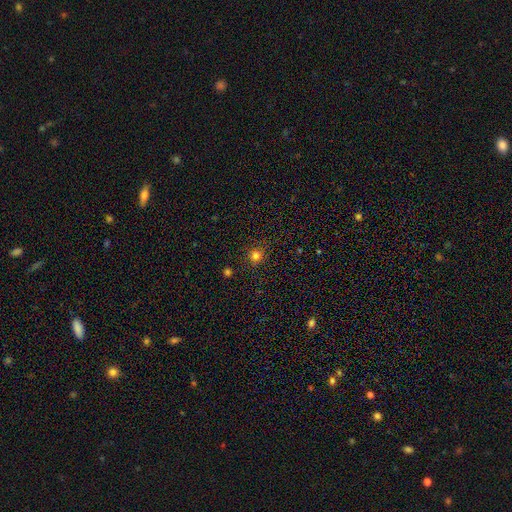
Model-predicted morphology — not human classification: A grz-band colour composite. It shows a smooth galaxy with no disk features (78%) that is round (90%). Merging: none (88%).